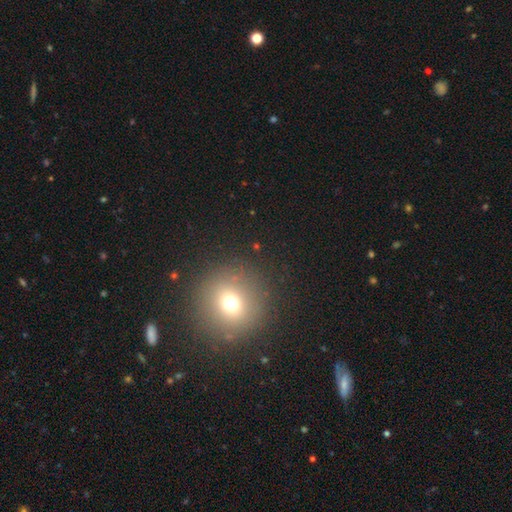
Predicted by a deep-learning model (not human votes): Overall: smooth (59%; star or artifact 28%). How rounded: round (92%). Merging: none (91%).